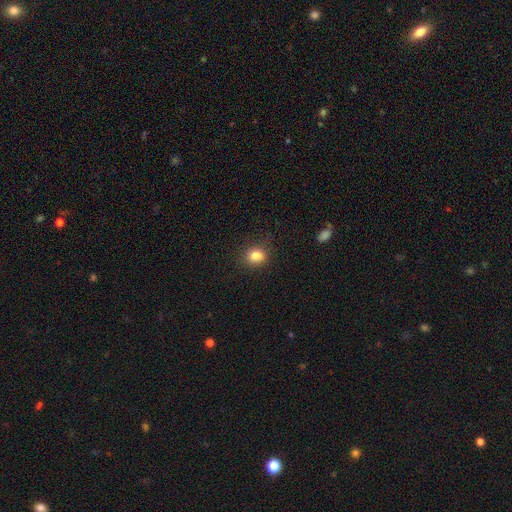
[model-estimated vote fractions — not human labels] Smooth or featured? smooth (83%)
How rounded? round (59%)
Merging? none (81%)